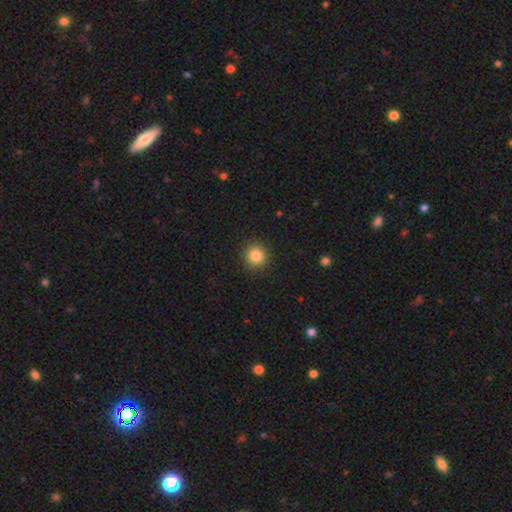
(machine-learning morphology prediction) Smooth or featured? Predicted: smooth (p=0.84). How rounded? Predicted: round (p=0.93). Merging? Predicted: none (p=0.91).